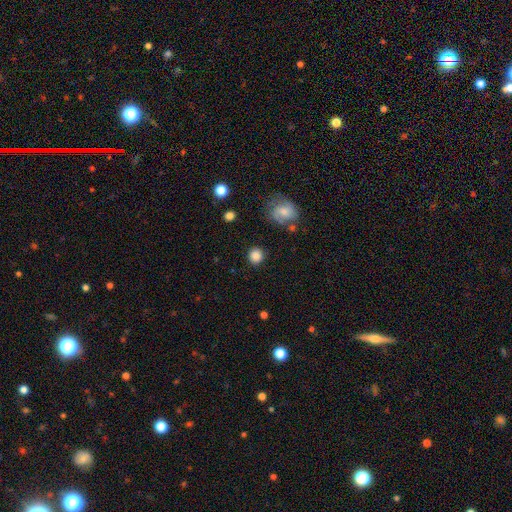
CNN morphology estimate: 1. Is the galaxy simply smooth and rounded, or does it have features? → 85% smooth, 9% star or artifact, 6% featured or disk.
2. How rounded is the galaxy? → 89% round, 10% in between, 1% cigar-shaped.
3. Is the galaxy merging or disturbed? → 87% none, 8% minor disturbance, 3% major disturbance, 2% merger.